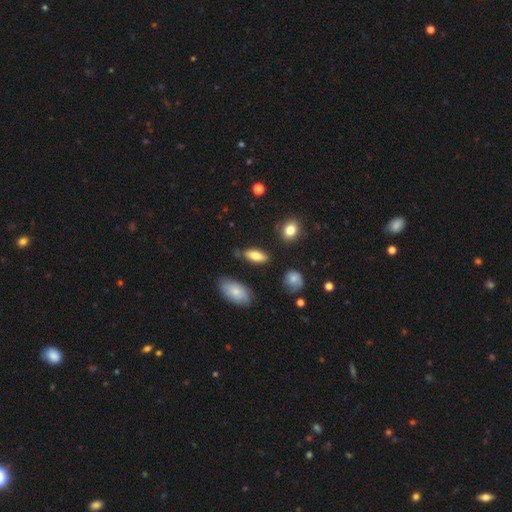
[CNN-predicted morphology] smooth-or-featured: smooth: 75% | featured or disk: 16% | star or artifact: 9%
  how-rounded: in between: 79% | cigar-shaped: 16% | round: 4%
  merging: none: 74% | minor disturbance: 17% | major disturbance: 4% | merger: 4%